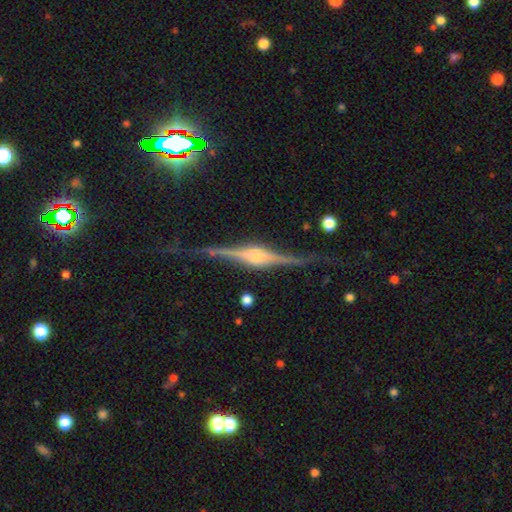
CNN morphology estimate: A featured or disk galaxy (89%) viewed edge-on (98%) with a rounded central bulge (81%). Merging: none (82%).